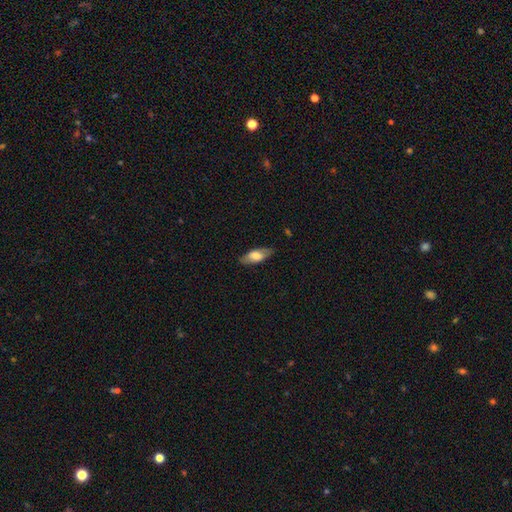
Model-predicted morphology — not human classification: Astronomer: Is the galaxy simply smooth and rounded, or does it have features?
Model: smooth — 65%.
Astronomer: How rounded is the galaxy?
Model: in between — 77%.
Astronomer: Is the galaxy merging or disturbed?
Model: none — 82%.